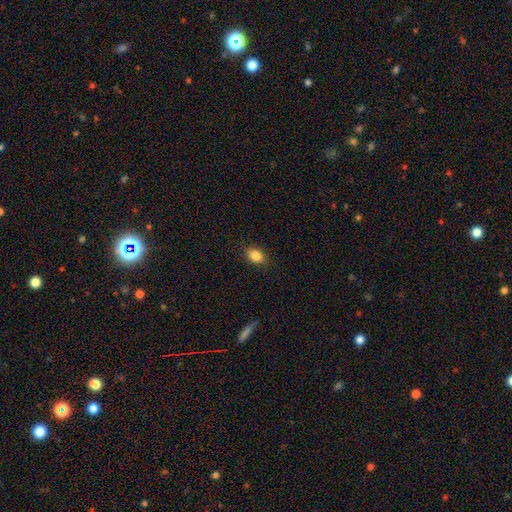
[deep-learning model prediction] This is clearly a smooth galaxy (86%). How rounded: likely in between (77%). Merging: clearly none (88%).